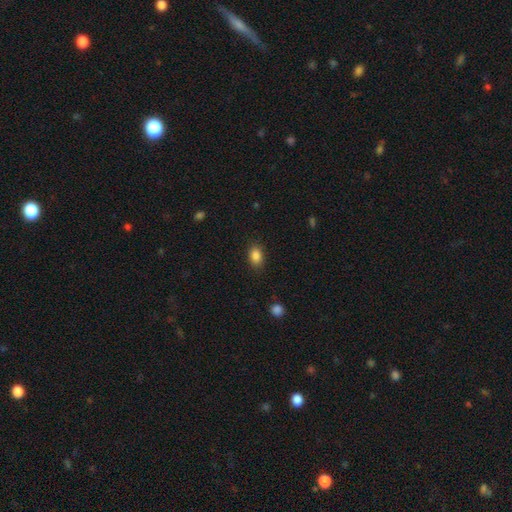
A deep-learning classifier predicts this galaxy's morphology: smooth_or_featured: smooth (p=0.86) [alt: star or artifact p=0.09]
how_rounded: in between (p=0.82) [alt: round p=0.17]
merging: none (p=0.85) [alt: minor disturbance p=0.11]